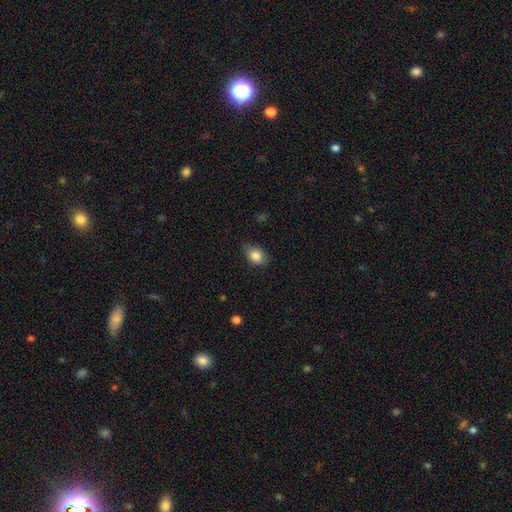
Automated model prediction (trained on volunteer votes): Smooth or featured?
  - smooth: 84% *
  - star or artifact: 9%
  - featured or disk: 7%
How rounded?
  - in between: 71% *
  - round: 28%
  - cigar-shaped: 1%
Merging?
  - none: 74% *
  - minor disturbance: 21%
  - major disturbance: 4%
  - merger: 1%